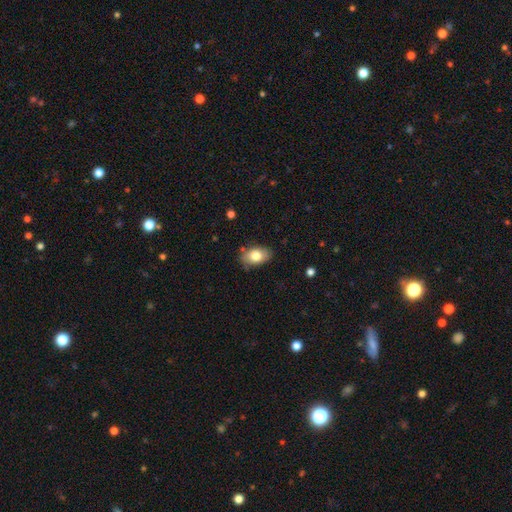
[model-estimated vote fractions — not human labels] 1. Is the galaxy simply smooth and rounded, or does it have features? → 80% smooth, 13% featured or disk, 7% star or artifact.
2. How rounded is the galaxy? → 89% in between, 10% round, 1% cigar-shaped.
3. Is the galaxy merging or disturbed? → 81% none, 14% minor disturbance, 3% major disturbance, 2% merger.